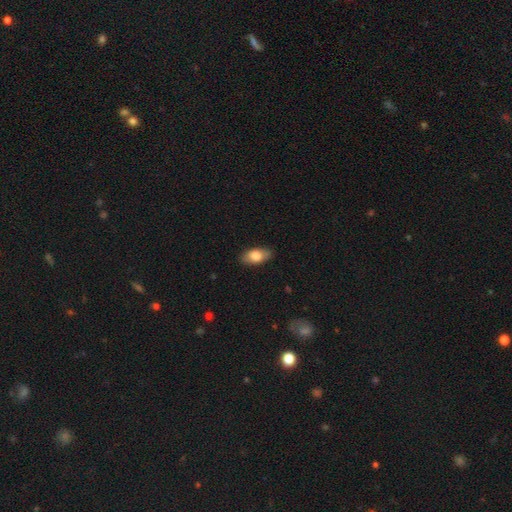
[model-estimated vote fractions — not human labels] smooth_or_featured: smooth (p=0.79) [alt: featured or disk p=0.15]
how_rounded: in between (p=0.91) [alt: round p=0.05]
merging: none (p=0.86) [alt: minor disturbance p=0.11]